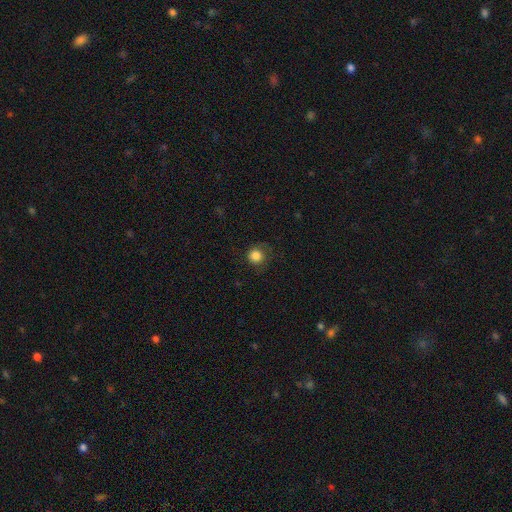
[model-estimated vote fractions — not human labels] smooth_or_featured: smooth (p=0.84) [alt: star or artifact p=0.10]
how_rounded: round (p=0.92) [alt: in between p=0.08]
merging: none (p=0.73) [alt: minor disturbance p=0.17]